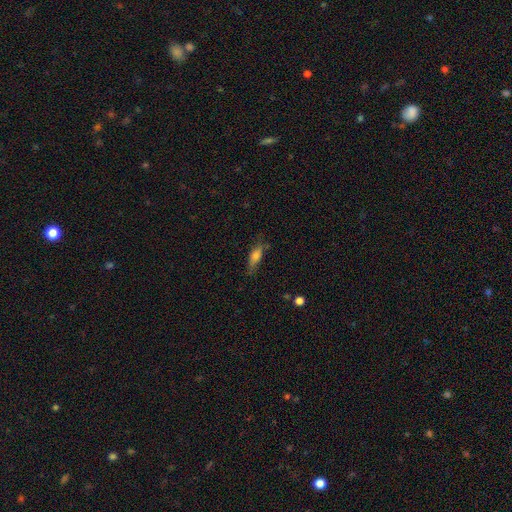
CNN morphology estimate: smooth-or-featured: smooth: 65% | featured or disk: 26% | star or artifact: 9%
  how-rounded: in between: 55% | cigar-shaped: 42% | round: 3%
  merging: none: 67% | minor disturbance: 23% | major disturbance: 7% | merger: 2%